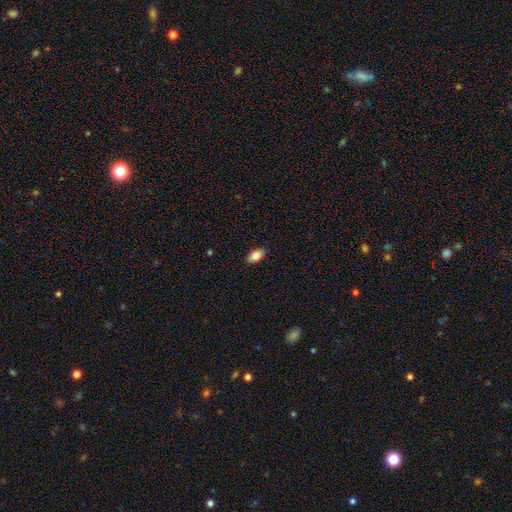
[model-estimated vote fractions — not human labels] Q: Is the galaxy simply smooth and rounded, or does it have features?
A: smooth — 83%.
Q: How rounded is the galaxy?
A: in between — 91%.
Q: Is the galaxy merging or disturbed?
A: none — 89%.